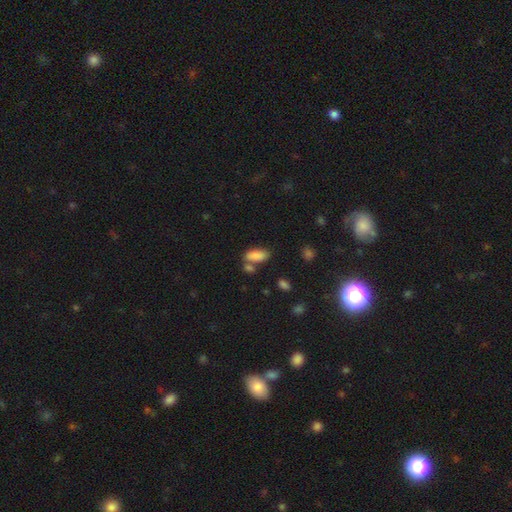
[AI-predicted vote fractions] A smooth galaxy with no disk features (86%) that is in between round and cigar-shaped (87%).

Vote fractions:
- Smooth or featured? smooth: 86% / star or artifact: 8% / featured or disk: 6%
- How rounded? in between: 87% / cigar-shaped: 10% / round: 3%
- Merging? none: 55% / merger: 26% / minor disturbance: 14% / major disturbance: 5%